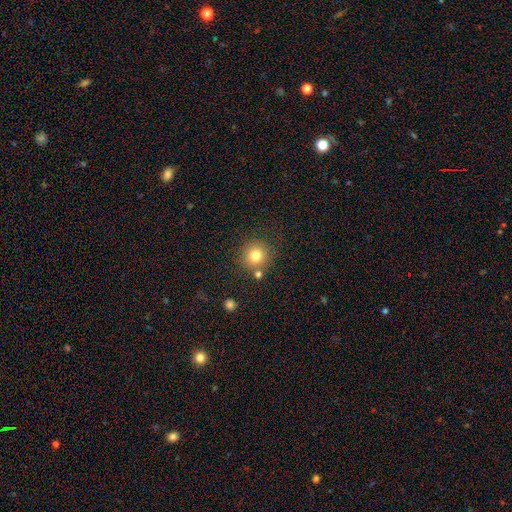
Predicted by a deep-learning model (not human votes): This appears to be a smooth galaxy with no disk features (78%) that is round (93%). Merging: none (80%).